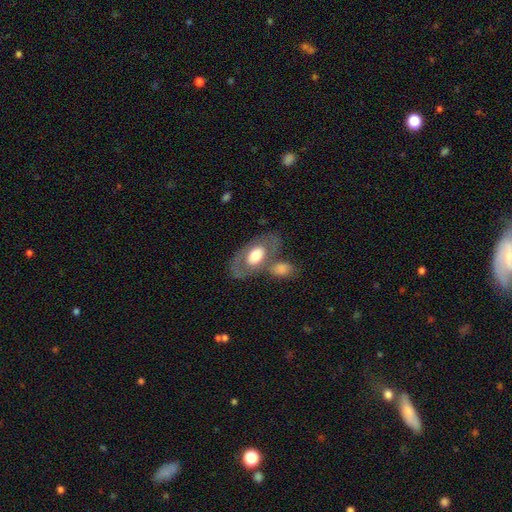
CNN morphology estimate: featured or disk 48%, smooth 46%, star or artifact 6%. Down the decision tree: merging — none (57%).